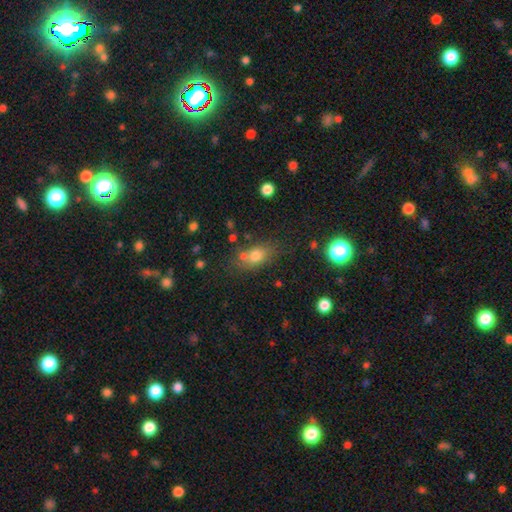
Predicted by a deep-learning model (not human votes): Smooth or featured? smooth (72%)
How rounded? in between (66%)
Merging? none (59%)